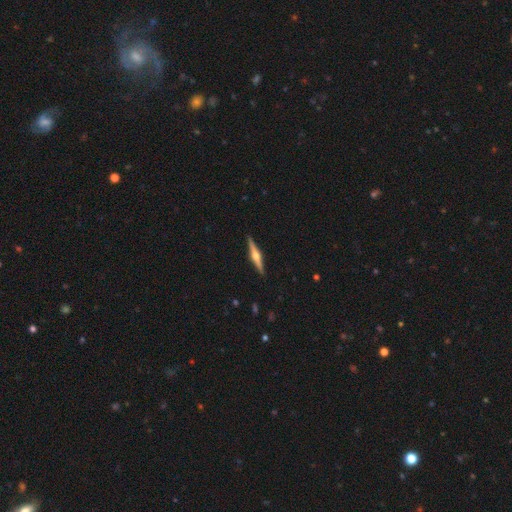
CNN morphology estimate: Smooth or featured?
  - featured or disk: 78% *
  - smooth: 17%
  - star or artifact: 5%
Edge-on disk?
  - yes: 98% *
  - no: 2%
Edge-on bulge?
  - rounded: 94% *
  - boxy: 4%
  - none: 2%
Merging?
  - none: 91% *
  - minor disturbance: 6%
  - major disturbance: 1%
  - merger: 1%